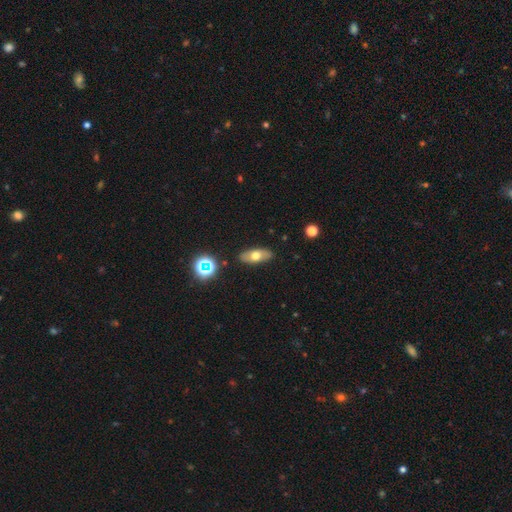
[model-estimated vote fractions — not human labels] smooth_or_featured: smooth (p=0.61) [alt: featured or disk p=0.29]
how_rounded: in between (p=0.79) [alt: cigar-shaped p=0.16]
merging: none (p=0.88) [alt: minor disturbance p=0.09]